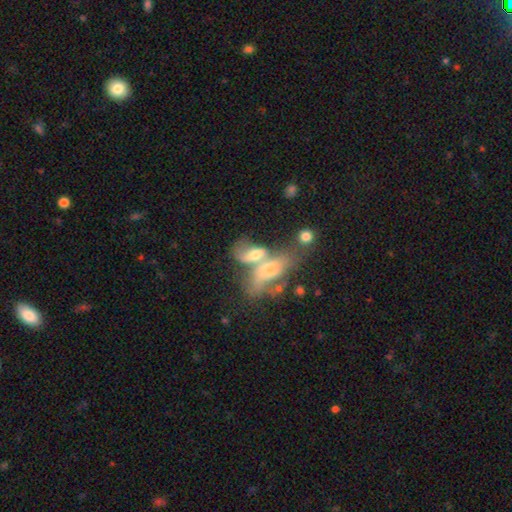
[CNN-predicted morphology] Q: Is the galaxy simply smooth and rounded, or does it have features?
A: smooth — 46%.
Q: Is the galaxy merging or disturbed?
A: merger — 60%.